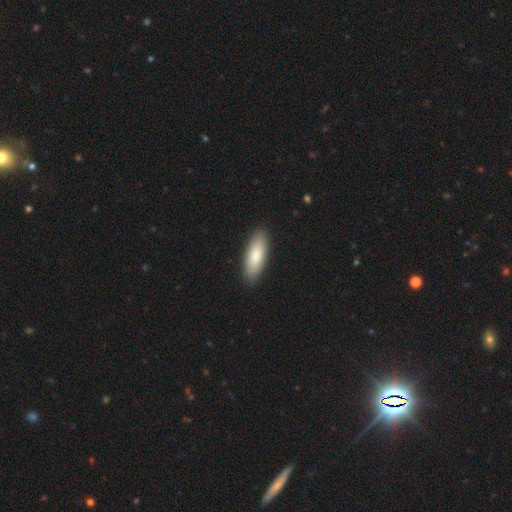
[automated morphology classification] A smooth galaxy with no disk features (83%) that is in between round and cigar-shaped (70%). Merging: none (89%).